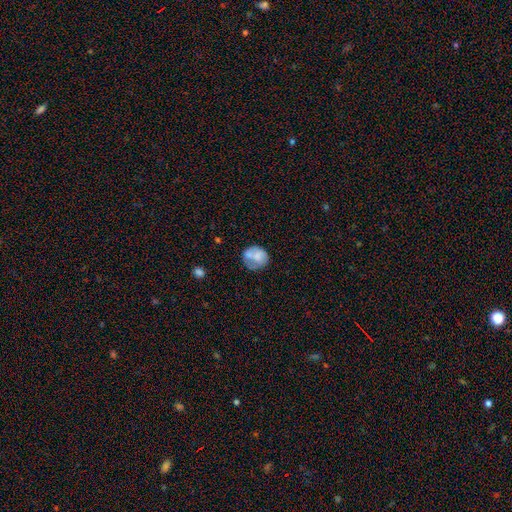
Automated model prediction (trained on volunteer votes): smooth-or-featured: smooth: 62% | featured or disk: 29% | star or artifact: 8%
  how-rounded: round: 77% | in between: 22% | cigar-shaped: 1%
  merging: none: 48% | minor disturbance: 24% | merger: 15% | major disturbance: 13%